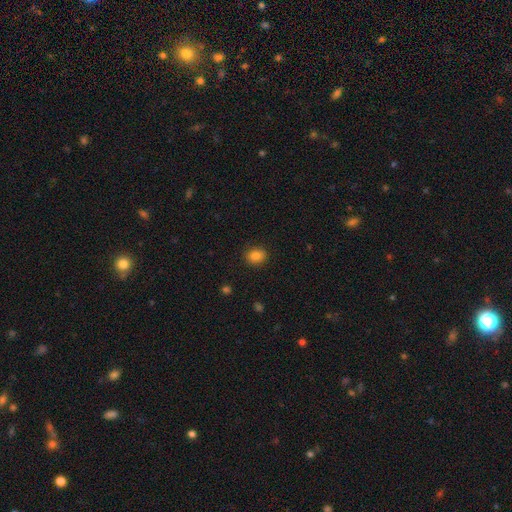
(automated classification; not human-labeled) Smooth or featured: smooth — 85% (star or artifact — 10%)
How rounded: round — 55% (in between — 44%)
Merging: none — 88% (minor disturbance — 8%)